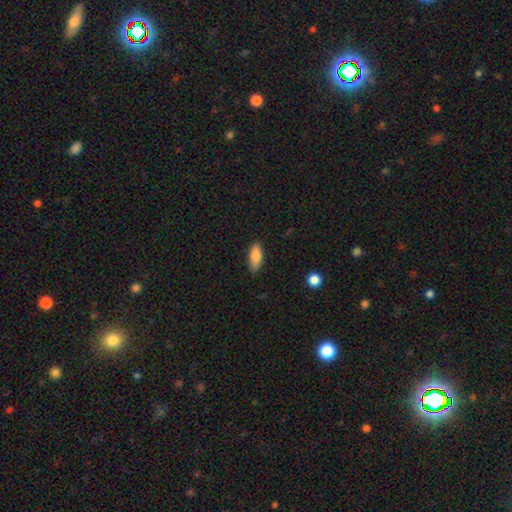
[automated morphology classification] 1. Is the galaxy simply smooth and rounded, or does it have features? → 86% smooth, 7% featured or disk, 7% star or artifact.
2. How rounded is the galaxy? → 78% in between, 20% cigar-shaped, 2% round.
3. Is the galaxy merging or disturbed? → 84% none, 12% minor disturbance, 2% major disturbance, 1% merger.